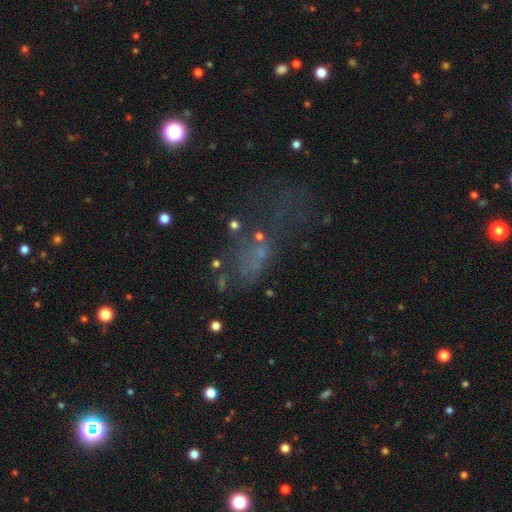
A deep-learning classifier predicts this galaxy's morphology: type=smooth (34%, tied with star or artifact); merging=major disturbance (40%).